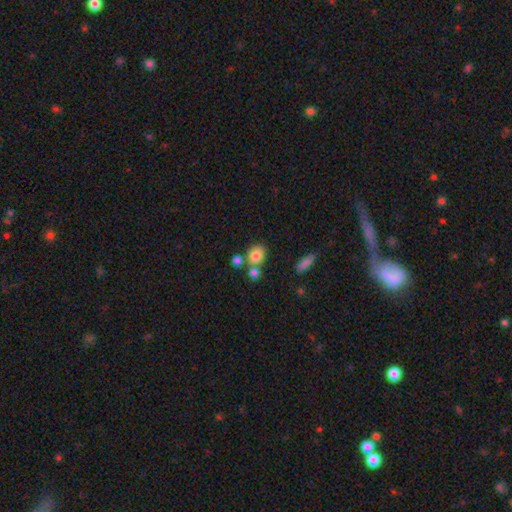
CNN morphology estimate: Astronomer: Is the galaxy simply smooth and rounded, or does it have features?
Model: smooth — 81%.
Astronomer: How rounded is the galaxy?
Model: round — 52% (runner-up: in between, 47%).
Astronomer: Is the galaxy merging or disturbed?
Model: none — 57%.